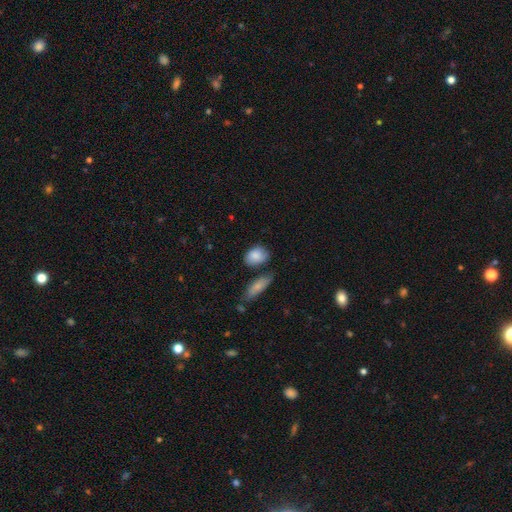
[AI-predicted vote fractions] A smooth galaxy with no disk features (84%) that is in between round and cigar-shaped (69%). Merging: none (61%).